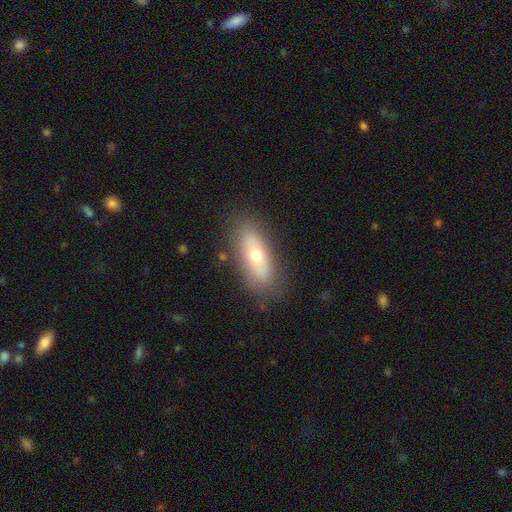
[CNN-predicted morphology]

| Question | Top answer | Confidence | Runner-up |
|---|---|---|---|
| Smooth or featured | smooth | 55% | featured or disk (37%) |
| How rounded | in between | 77% | cigar-shaped (19%) |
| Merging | none | 82% | minor disturbance (13%) |